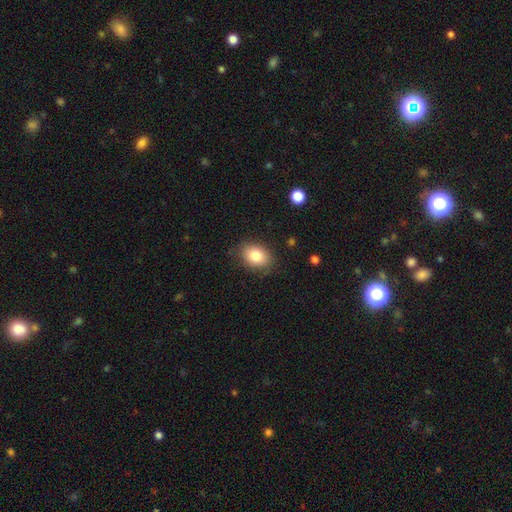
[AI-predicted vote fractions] This appears to be a smooth galaxy with no disk features (84%) that is in between round and cigar-shaped (74%). Merging: none (82%).